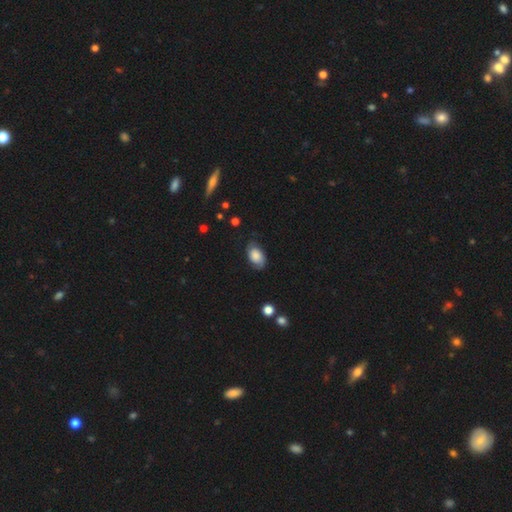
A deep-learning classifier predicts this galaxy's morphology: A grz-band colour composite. It shows a smooth galaxy with no disk features (54%) that is in between round and cigar-shaped (89%). Merging: none (69%).